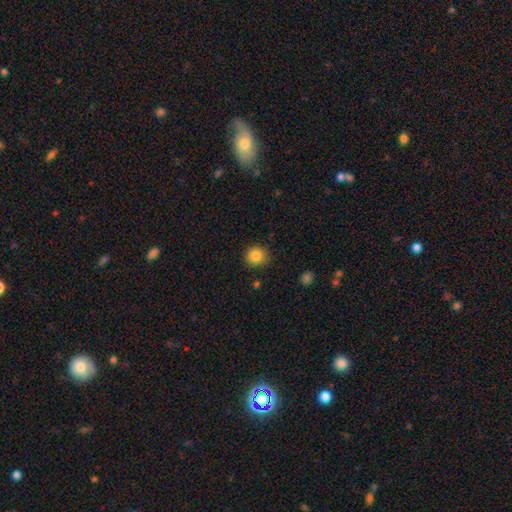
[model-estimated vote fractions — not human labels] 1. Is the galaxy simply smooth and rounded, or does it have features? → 85% smooth, 10% star or artifact, 5% featured or disk.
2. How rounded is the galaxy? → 92% round, 7% in between, 1% cigar-shaped.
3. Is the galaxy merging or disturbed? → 89% none, 7% minor disturbance, 2% major disturbance, 1% merger.